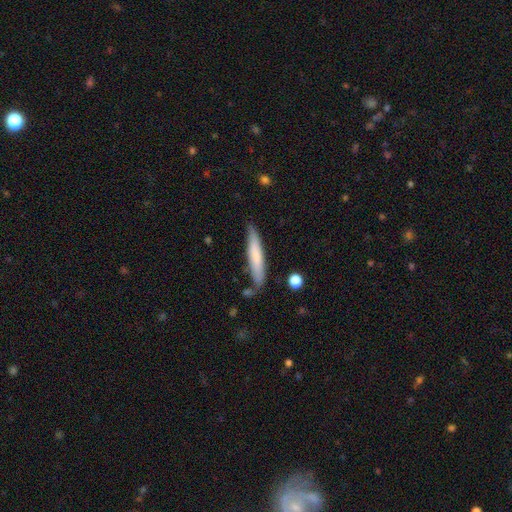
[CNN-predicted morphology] smooth-or-featured: smooth: 70% | featured or disk: 25% | star or artifact: 6%
  how-rounded: cigar-shaped: 90% | in between: 9% | round: 1%
  merging: none: 79% | minor disturbance: 15% | merger: 3% | major disturbance: 3%